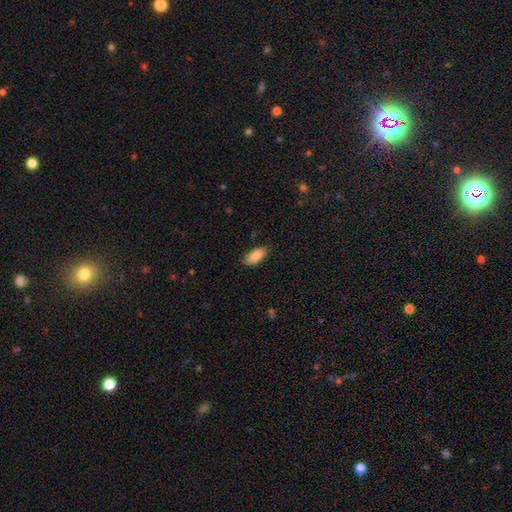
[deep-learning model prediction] Q: Smooth or featured?
A: smooth (87%); runner-up: featured or disk (7%)
Q: How rounded?
A: in between (87%); runner-up: cigar-shaped (11%)
Q: Merging?
A: none (84%); runner-up: minor disturbance (12%)